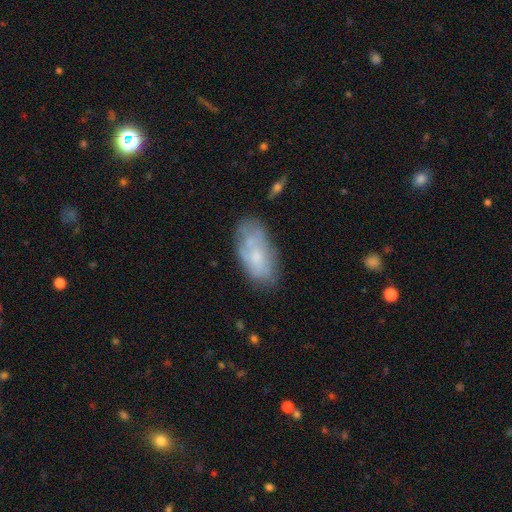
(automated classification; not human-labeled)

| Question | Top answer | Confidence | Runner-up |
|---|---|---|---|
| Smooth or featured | smooth | 54% | featured or disk (38%) |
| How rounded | in between | 92% | cigar-shaped (5%) |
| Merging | none | 62% | minor disturbance (24%) |